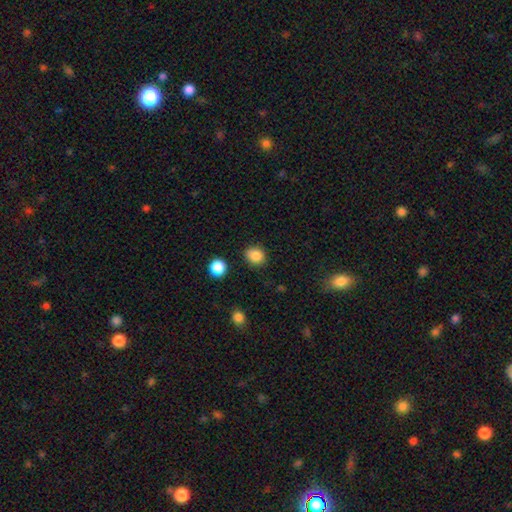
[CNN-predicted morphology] Smooth or featured?
  - smooth: 85% *
  - star or artifact: 11%
  - featured or disk: 4%
How rounded?
  - round: 69% *
  - in between: 31%
  - cigar-shaped: 1%
Merging?
  - none: 82% *
  - minor disturbance: 12%
  - major disturbance: 3%
  - merger: 2%